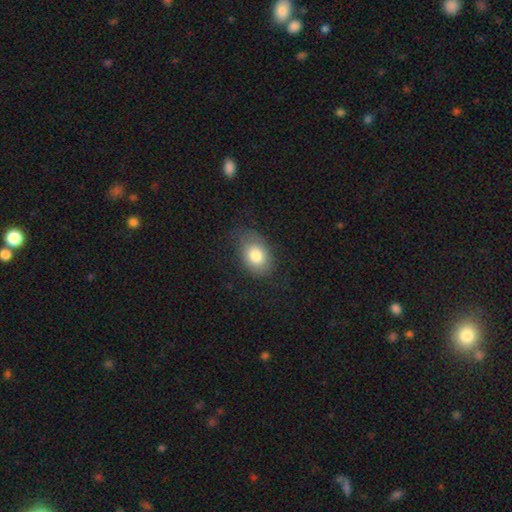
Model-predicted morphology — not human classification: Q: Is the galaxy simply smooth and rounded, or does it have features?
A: smooth — 79%.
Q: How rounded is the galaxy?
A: in between — 80%.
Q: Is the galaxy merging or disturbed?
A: none — 68%.